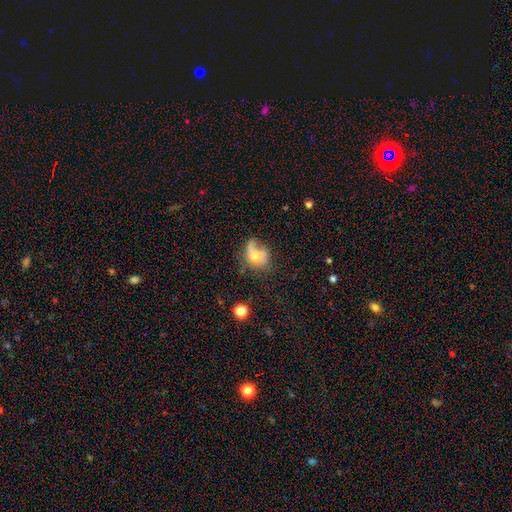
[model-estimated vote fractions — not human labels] Smooth or featured? smooth (56%)
How rounded? in between (55%)
Merging? none (33%)